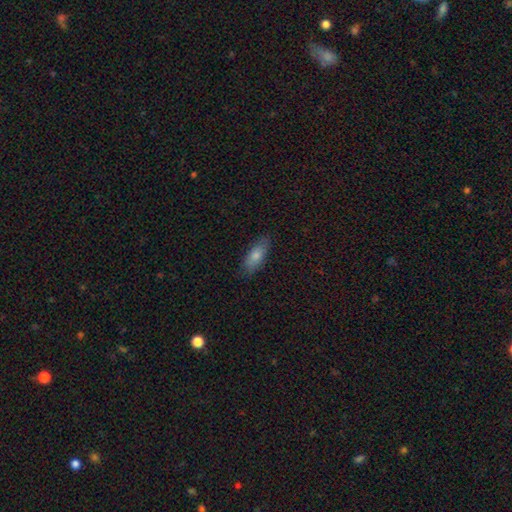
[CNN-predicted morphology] Q: Smooth or featured?
A: smooth (79%); runner-up: featured or disk (15%)
Q: How rounded?
A: in between (78%); runner-up: cigar-shaped (20%)
Q: Merging?
A: none (82%); runner-up: minor disturbance (14%)